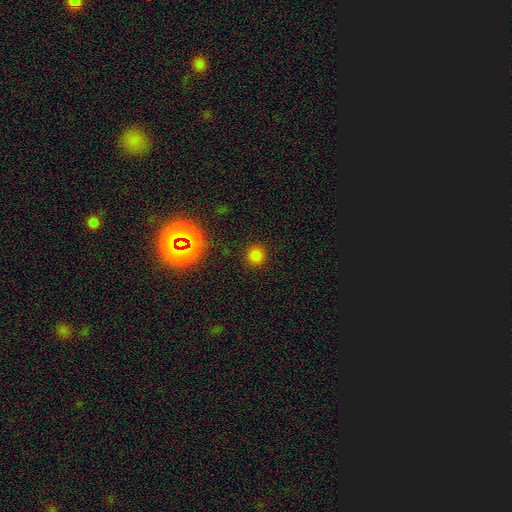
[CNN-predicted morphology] The model was most divided on "smooth or featured": smooth: 77%, star or artifact: 19%, featured or disk: 4%. More confident: how rounded — round (92%); merging — none (90%).